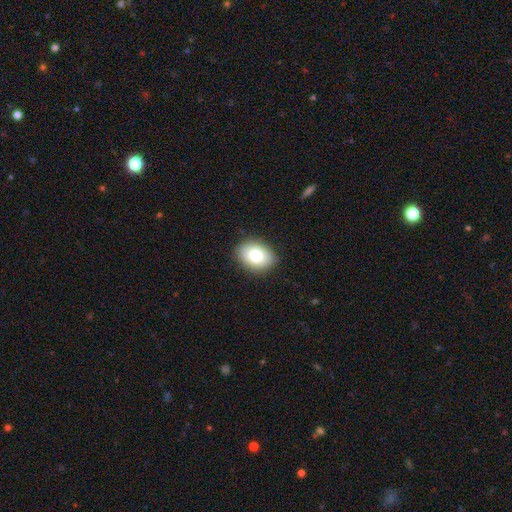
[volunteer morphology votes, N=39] This is likely a smooth galaxy (79%). How rounded: likely in between (61%). Merging: likely none (76%).